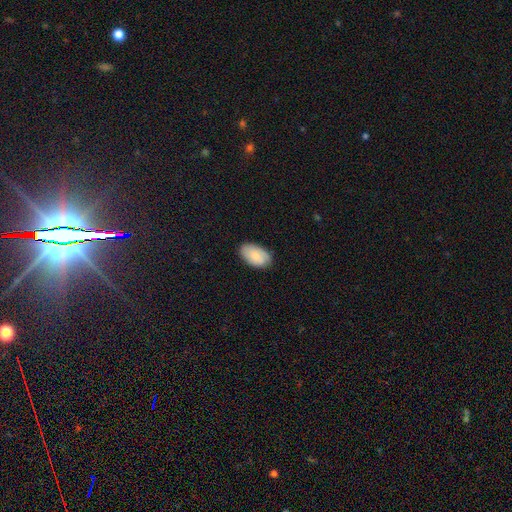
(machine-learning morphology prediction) smooth_or_featured: smooth (p=0.80) [alt: featured or disk p=0.14]
how_rounded: in between (p=0.94) [alt: round p=0.04]
merging: none (p=0.82) [alt: minor disturbance p=0.15]